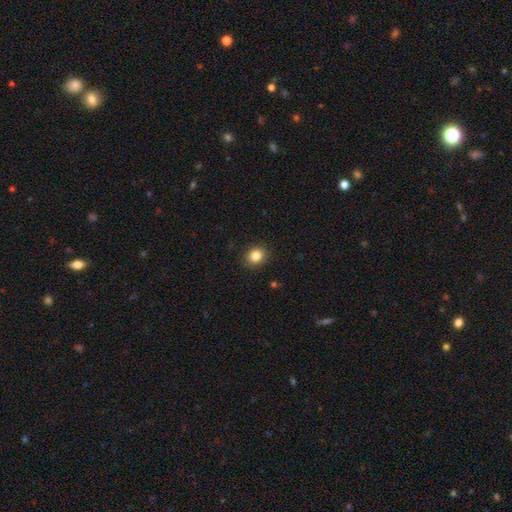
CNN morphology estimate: Q: Smooth or featured?
A: smooth (84%); runner-up: star or artifact (11%)
Q: How rounded?
A: round (73%); runner-up: in between (26%)
Q: Merging?
A: none (90%); runner-up: minor disturbance (7%)